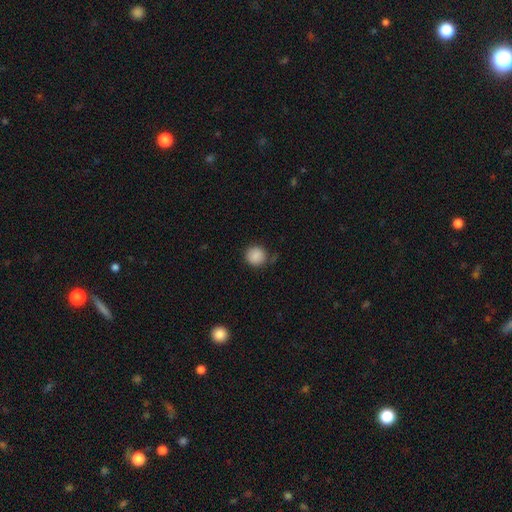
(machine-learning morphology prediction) The model was most divided on "merging": none: 75%, minor disturbance: 17%, major disturbance: 5%, merger: 3%. More confident: how rounded — round (90%); smooth or featured — smooth (88%).